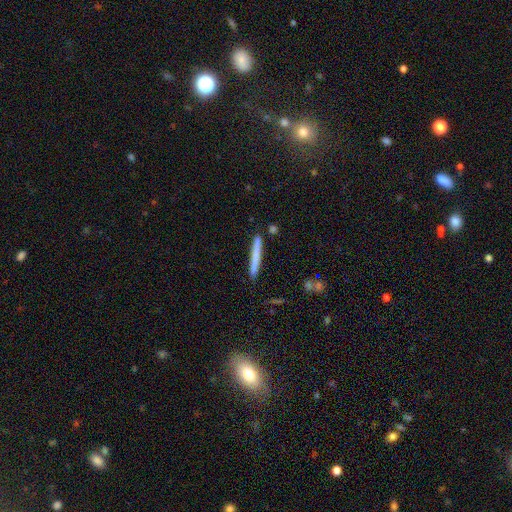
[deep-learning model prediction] Smooth or featured? smooth (68%)
How rounded? cigar-shaped (97%)
Merging? none (89%)